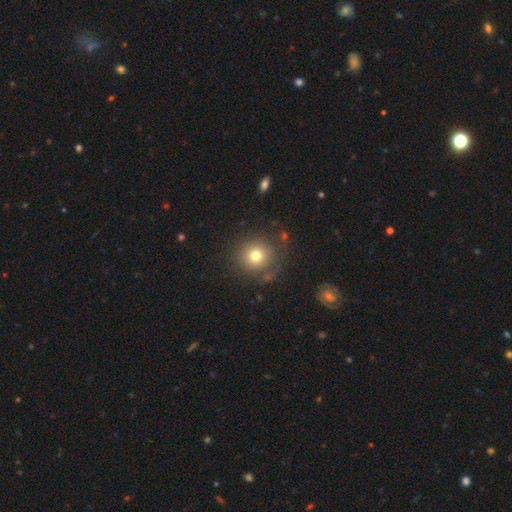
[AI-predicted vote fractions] smooth-or-featured: smooth: 75% | star or artifact: 13% | featured or disk: 12%
  how-rounded: round: 93% | in between: 6% | cigar-shaped: 1%
  merging: none: 81% | minor disturbance: 11% | major disturbance: 5% | merger: 3%